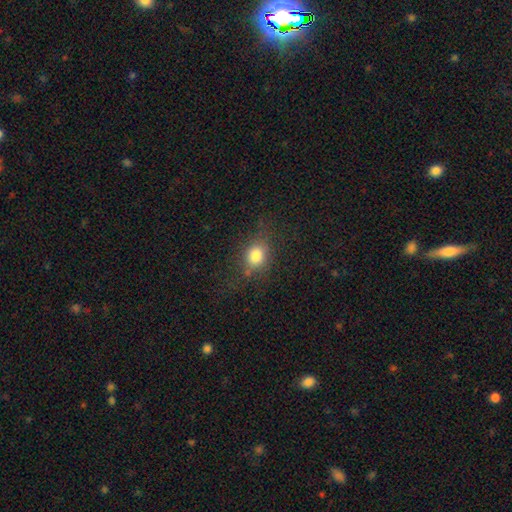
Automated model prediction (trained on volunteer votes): This appears to be a smooth galaxy with no disk features (80%) that is round (57%). Merging: none (72%).